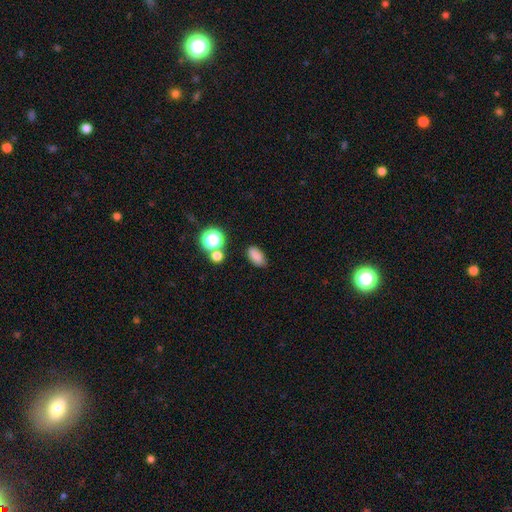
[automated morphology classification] smooth-or-featured: smooth: 82% | star or artifact: 13% | featured or disk: 5%
  how-rounded: in between: 89% | round: 9% | cigar-shaped: 3%
  merging: none: 81% | minor disturbance: 12% | merger: 4% | major disturbance: 3%